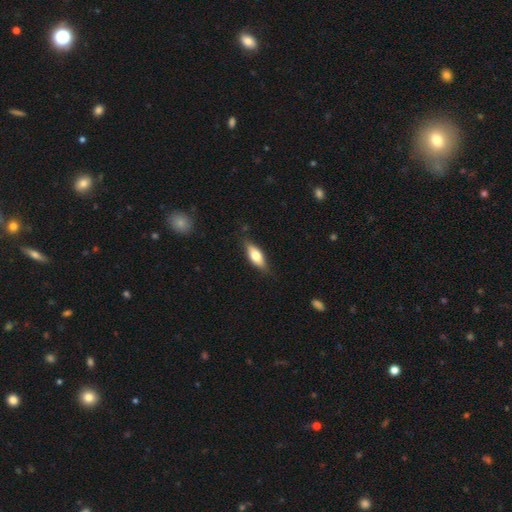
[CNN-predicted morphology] smooth 64%, featured or disk 30%, star or artifact 6%. Down the decision tree: how rounded — in between (68%); merging — none (80%).